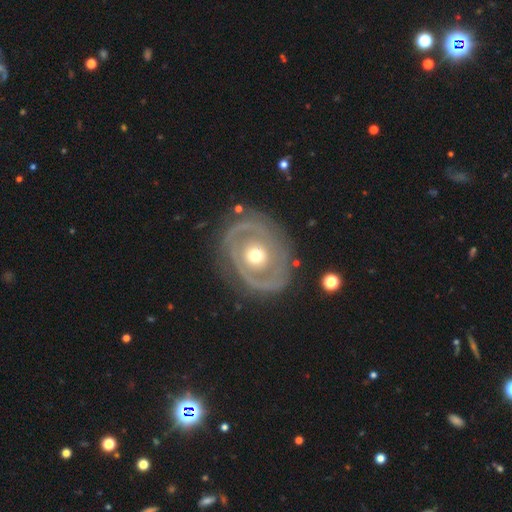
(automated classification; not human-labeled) Smooth or featured? Predicted: featured or disk (p=0.79). Edge-on disk? Predicted: no (p=0.96). Bar? Predicted: no (p=0.84). Spiral arms? Predicted: yes (p=0.60). Bulge size? Predicted: moderate (p=0.71). Merging? Predicted: none (p=0.73).